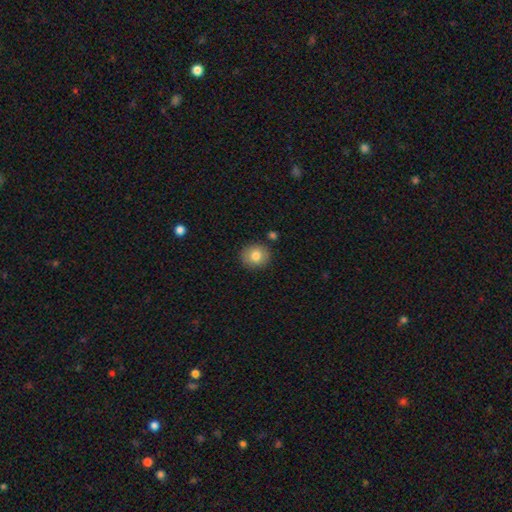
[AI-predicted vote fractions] A smooth galaxy with no disk features (81%) that is round (82%).

Vote fractions:
- Smooth or featured? smooth: 81% / featured or disk: 10% / star or artifact: 9%
- How rounded? round: 82% / in between: 17% / cigar-shaped: 1%
- Merging? none: 86% / minor disturbance: 8% / merger: 3% / major disturbance: 2%